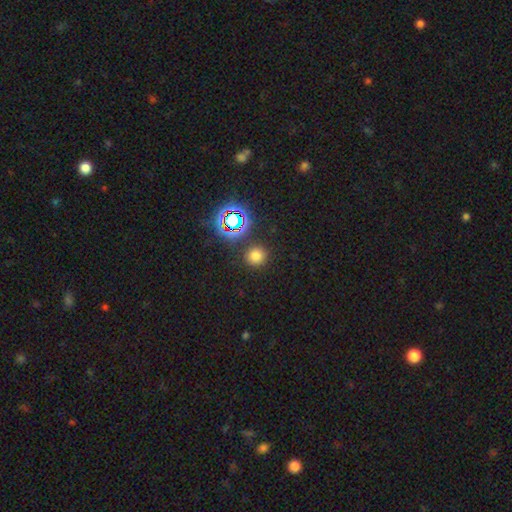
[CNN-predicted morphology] Q: Smooth or featured?
A: smooth (71%); runner-up: star or artifact (23%)
Q: How rounded?
A: round (91%); runner-up: in between (8%)
Q: Merging?
A: none (87%); runner-up: minor disturbance (7%)